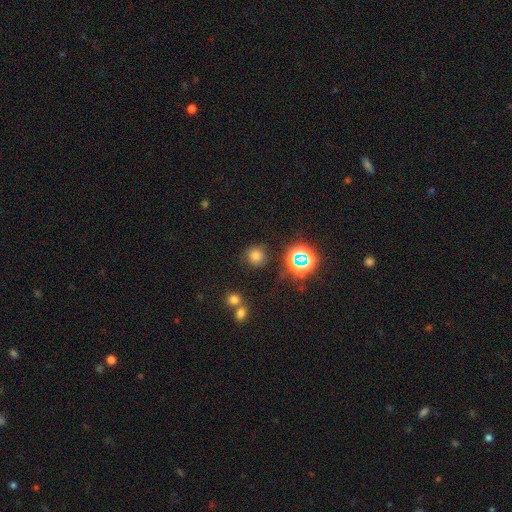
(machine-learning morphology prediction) Smooth or featured? Predicted: smooth (p=0.69). How rounded? Predicted: round (p=0.92). Merging? Predicted: none (p=0.83).